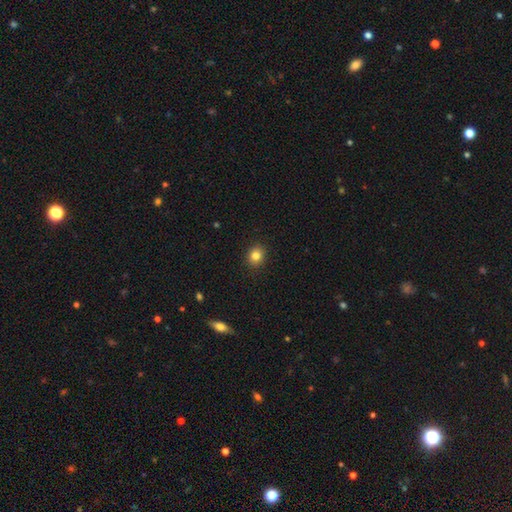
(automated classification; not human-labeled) smooth_or_featured: smooth (p=0.82) [alt: star or artifact p=0.11]
how_rounded: round (p=0.73) [alt: in between p=0.26]
merging: none (p=0.91) [alt: minor disturbance p=0.07]